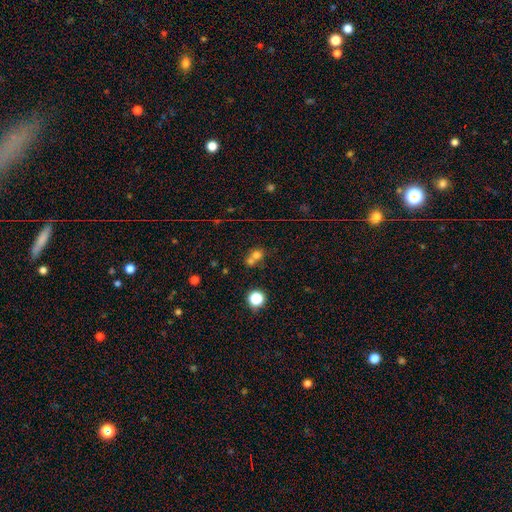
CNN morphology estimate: The model was most divided on "merging": merger: 55%, none: 36%, minor disturbance: 6%, major disturbance: 4%. More confident: how rounded — round (78%); smooth or featured — smooth (67%).